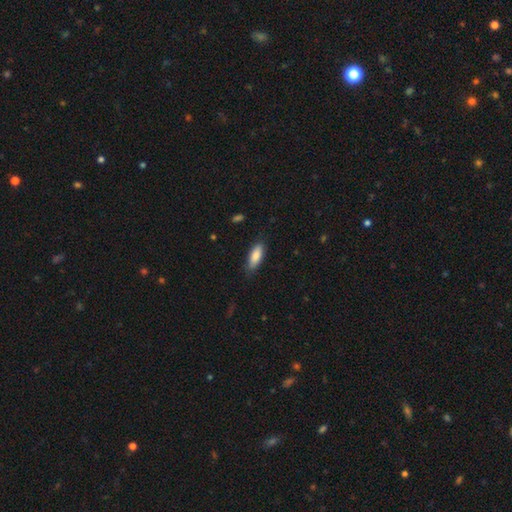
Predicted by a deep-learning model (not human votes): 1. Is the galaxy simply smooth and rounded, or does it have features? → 85% smooth, 9% featured or disk, 6% star or artifact.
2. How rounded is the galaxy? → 73% in between, 25% cigar-shaped, 2% round.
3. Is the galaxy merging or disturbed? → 81% none, 15% minor disturbance, 3% major disturbance, 1% merger.